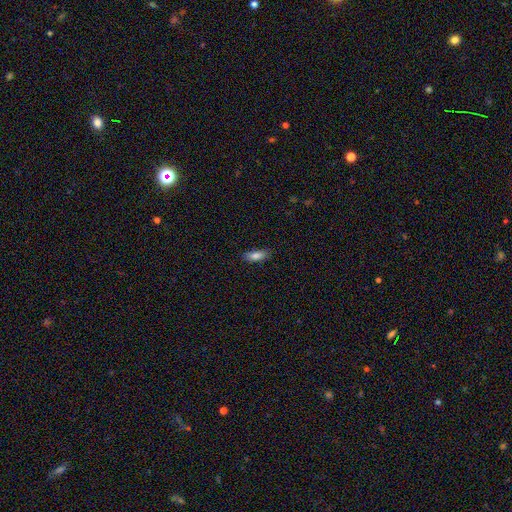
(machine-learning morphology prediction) A smooth galaxy with no disk features (82%) that is in between round and cigar-shaped (66%).

Vote fractions:
- Smooth or featured? smooth: 82% / featured or disk: 10% / star or artifact: 8%
- How rounded? in between: 66% / cigar-shaped: 32% / round: 2%
- Merging? none: 83% / minor disturbance: 13% / major disturbance: 3% / merger: 1%